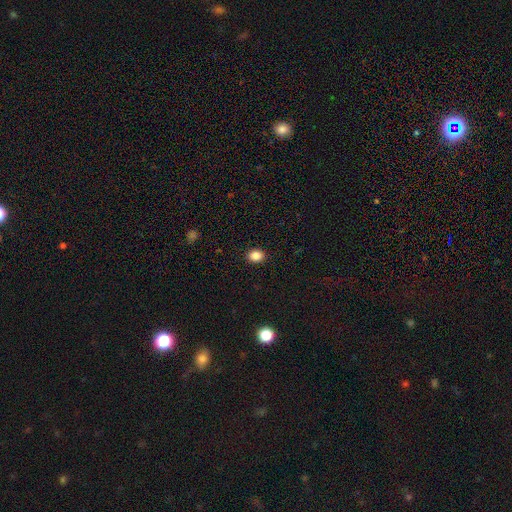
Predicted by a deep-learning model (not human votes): Overall: smooth (87%). How rounded: in between (56%; round 43%). Merging: none (91%).